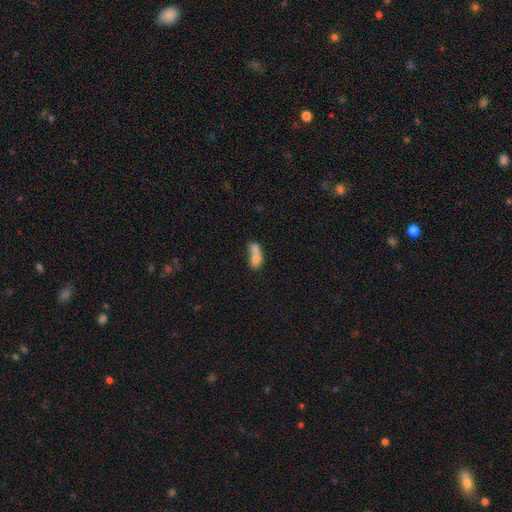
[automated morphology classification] Smooth or featured? smooth (71%)
How rounded? in between (73%)
Merging? merger (71%)